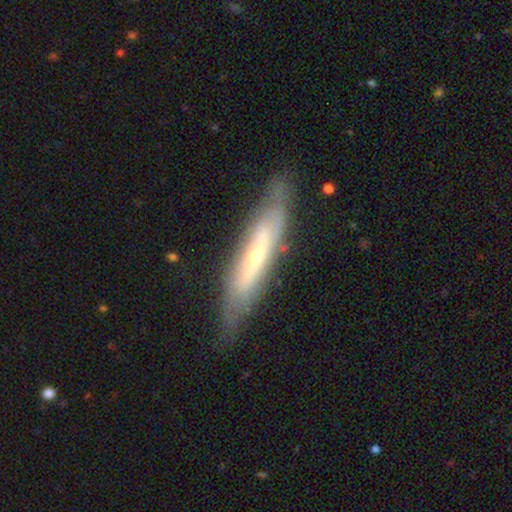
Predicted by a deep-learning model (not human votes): smooth-or-featured: featured or disk: 67% | smooth: 27% | star or artifact: 6%
  disk-edge-on: yes: 57% | no: 43%
  merging: none: 74% | minor disturbance: 19% | major disturbance: 6% | merger: 2%